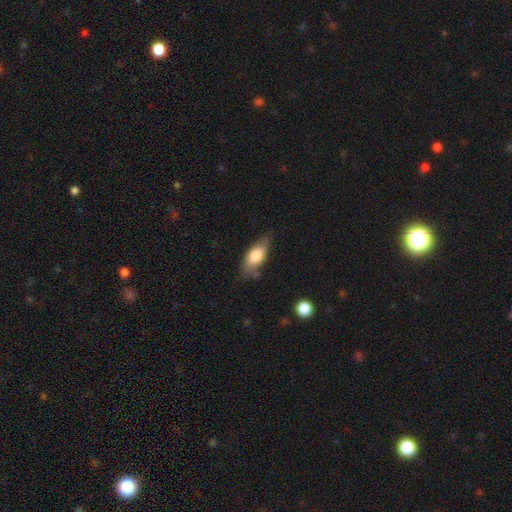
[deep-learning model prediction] Morphology: type=smooth (75%); roundness=in between (82%); merging=none (66%).